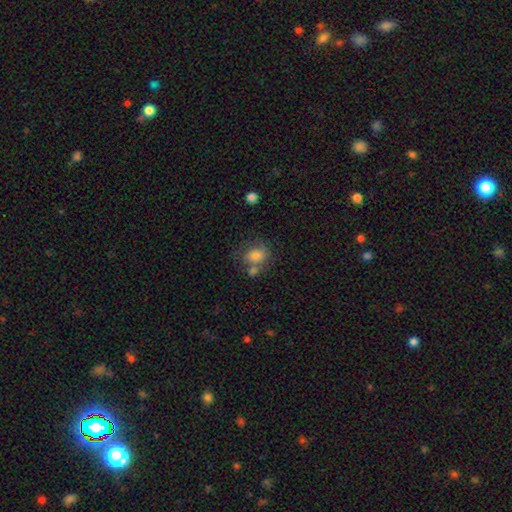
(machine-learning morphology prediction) A smooth galaxy with no disk features (71%) that is round (55%). Merging: none (45%).